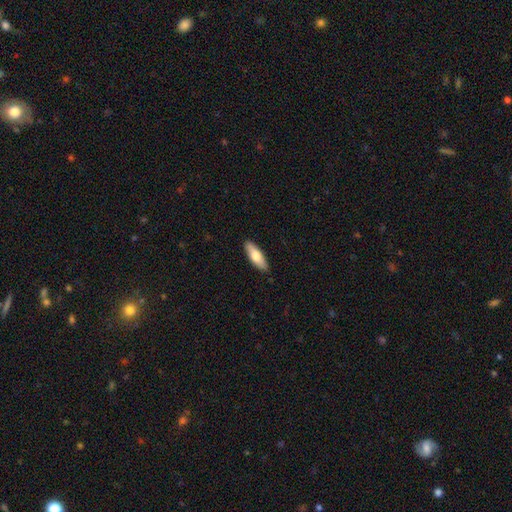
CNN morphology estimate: Overall: smooth (74%). How rounded: in between (58%; cigar-shaped 40%). Merging: none (89%).